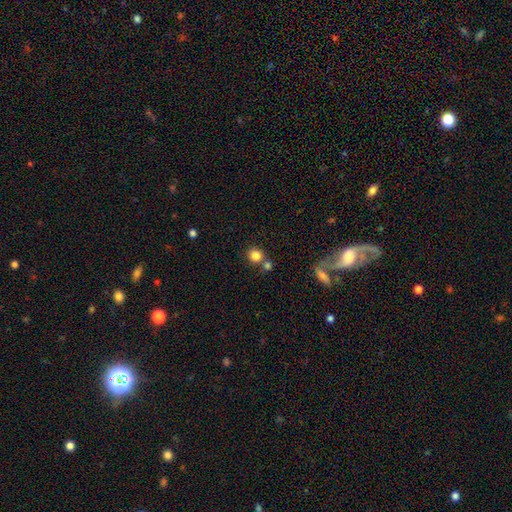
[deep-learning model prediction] A smooth galaxy with no disk features (84%) that is round (87%).

Vote fractions:
- Smooth or featured? smooth: 84% / star or artifact: 10% / featured or disk: 6%
- How rounded? round: 87% / in between: 12% / cigar-shaped: 1%
- Merging? none: 63% / merger: 25% / minor disturbance: 8% / major disturbance: 3%